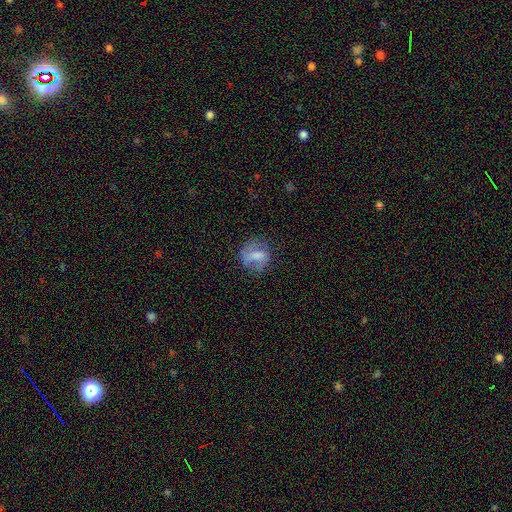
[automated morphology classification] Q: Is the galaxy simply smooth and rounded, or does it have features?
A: smooth — 57%.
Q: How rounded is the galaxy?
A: round — 61%.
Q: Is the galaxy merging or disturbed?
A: none — 57%.